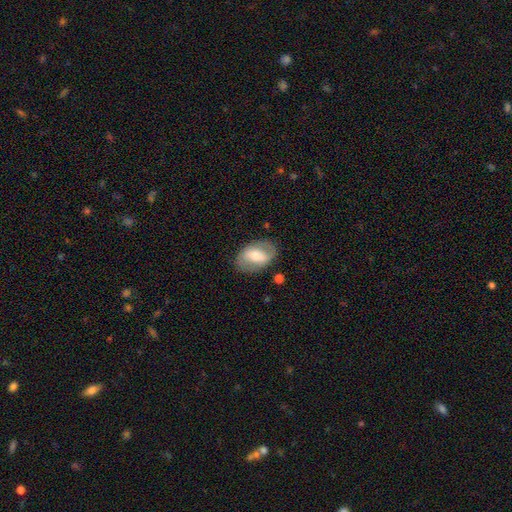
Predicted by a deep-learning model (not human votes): Overall: featured or disk (52%; smooth 42%). Edge-on disk: no (93%). Merging: none (79%).